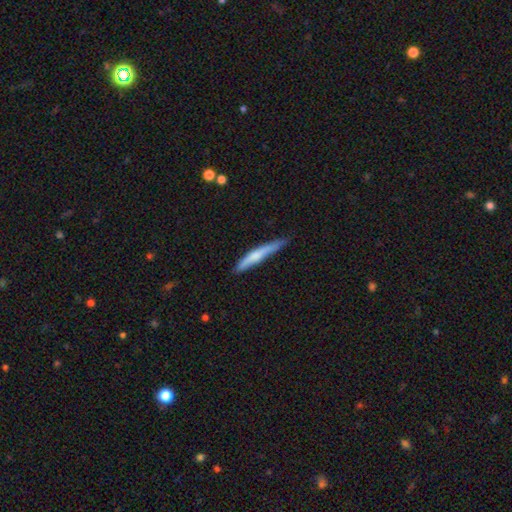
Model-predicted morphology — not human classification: Smooth or featured? Predicted: smooth (p=0.63). How rounded? Predicted: cigar-shaped (p=0.95). Merging? Predicted: none (p=0.72).